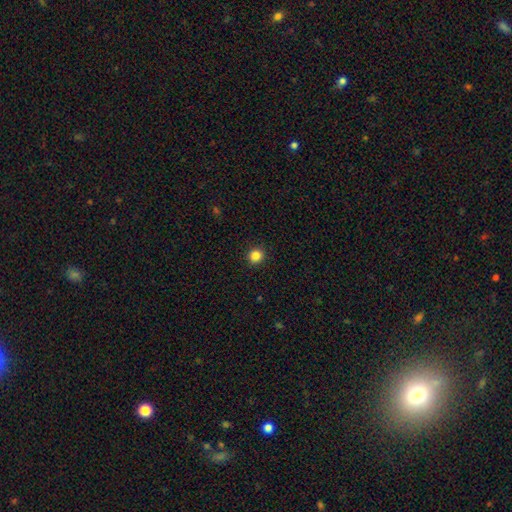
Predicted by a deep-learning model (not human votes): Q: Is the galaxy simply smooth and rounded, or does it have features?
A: smooth — 85%.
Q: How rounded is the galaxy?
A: round — 90%.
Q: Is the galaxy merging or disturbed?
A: none — 92%.